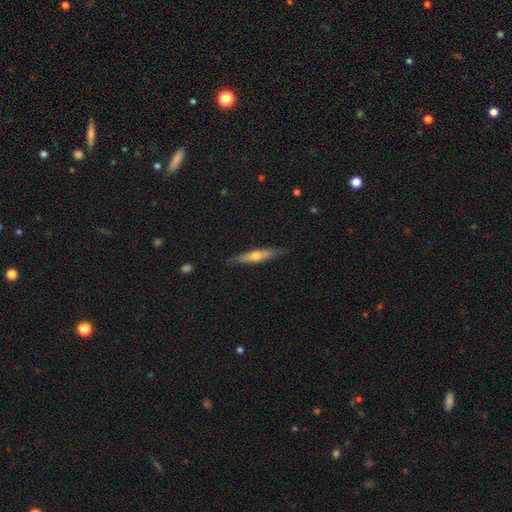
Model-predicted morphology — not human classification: This appears to be a featured or disk galaxy (51%) viewed edge-on (88%). Merging: none (83%).